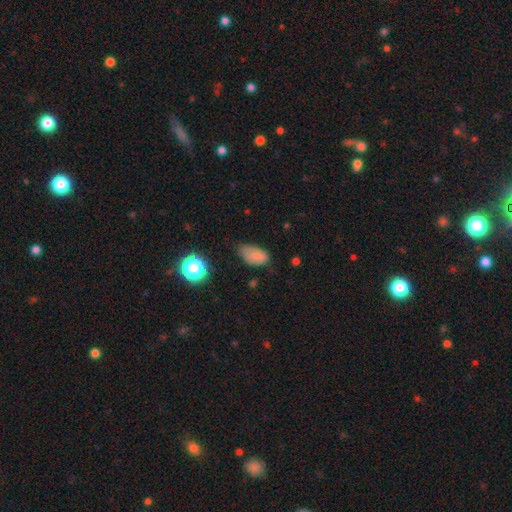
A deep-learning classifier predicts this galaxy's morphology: A smooth galaxy with no disk features (77%) that is in between round and cigar-shaped (90%). Merging: none (46%).